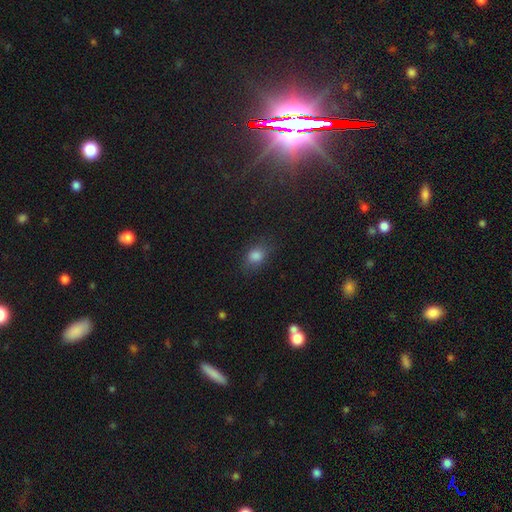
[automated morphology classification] Smooth or featured?
  - smooth: 80% *
  - star or artifact: 13%
  - featured or disk: 7%
How rounded?
  - in between: 68% *
  - round: 29%
  - cigar-shaped: 2%
Merging?
  - none: 71% *
  - minor disturbance: 20%
  - major disturbance: 7%
  - merger: 2%